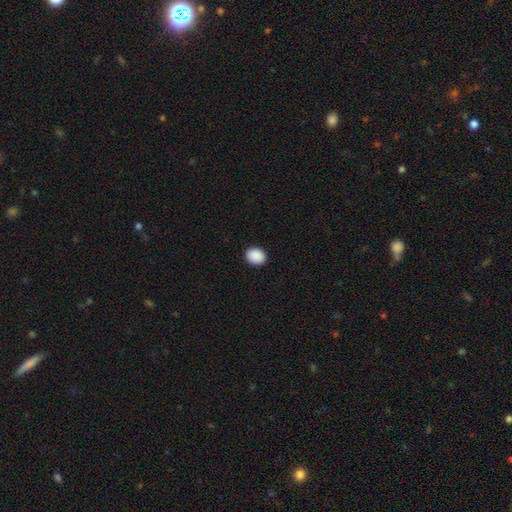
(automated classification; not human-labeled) Morphology: type=smooth (90%); roundness=round (55%); merging=none (92%).